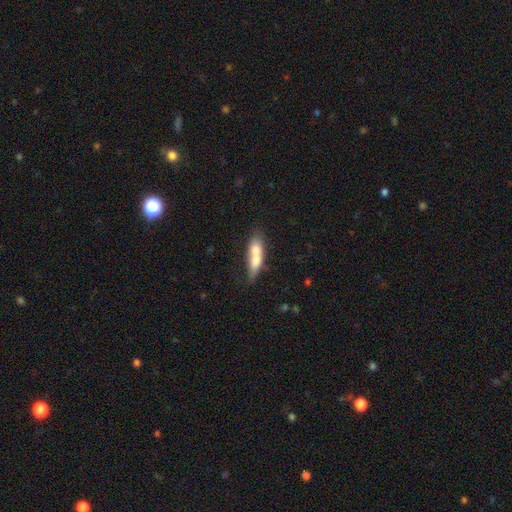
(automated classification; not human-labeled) smooth 68%, featured or disk 25%, star or artifact 7%. Down the decision tree: how rounded — cigar-shaped (55%); merging — merger (37%, tied with none).